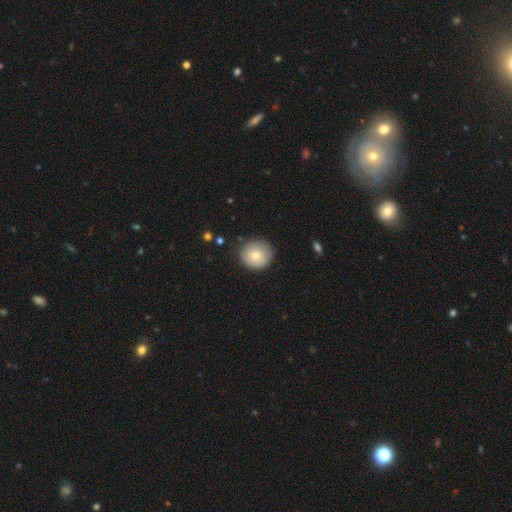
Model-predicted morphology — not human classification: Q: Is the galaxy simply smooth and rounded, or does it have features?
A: smooth — 75%.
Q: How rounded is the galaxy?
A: round — 91%.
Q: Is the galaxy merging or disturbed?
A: none — 85%.